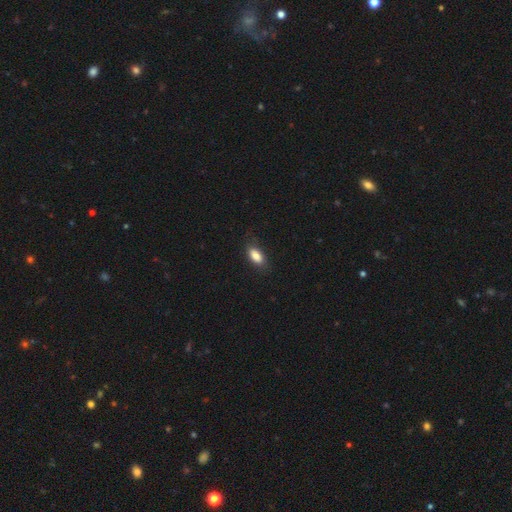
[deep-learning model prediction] Smooth or featured: smooth — 85% (featured or disk — 8%)
How rounded: in between — 88% (cigar-shaped — 8%)
Merging: none — 79% (minor disturbance — 16%)